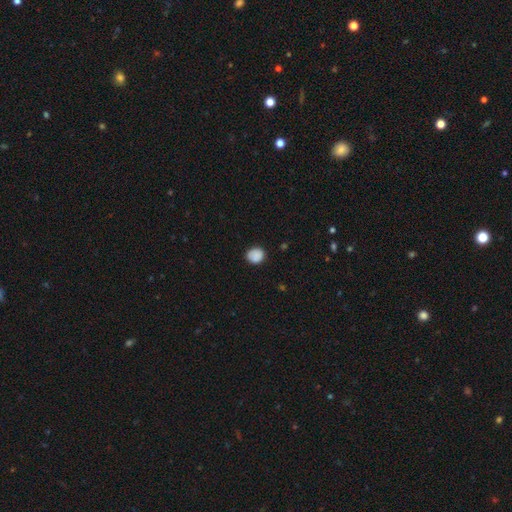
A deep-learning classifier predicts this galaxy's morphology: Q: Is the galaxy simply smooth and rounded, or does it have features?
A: smooth — 87%.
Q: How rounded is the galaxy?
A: round — 74%.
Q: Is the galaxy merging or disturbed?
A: none — 82%.